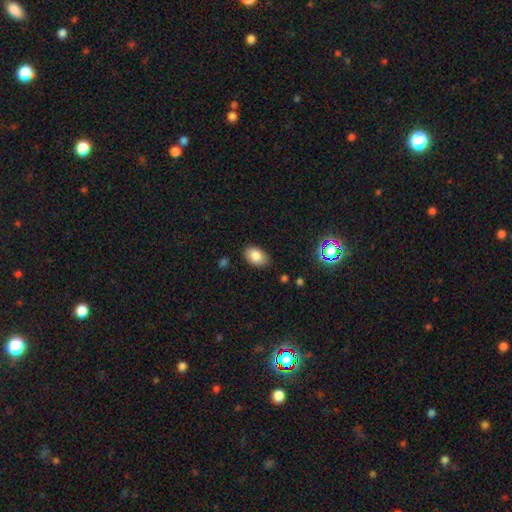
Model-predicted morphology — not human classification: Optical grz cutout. It shows a smooth galaxy with no disk features (84%) that is in between round and cigar-shaped (88%). Merging: none (84%).